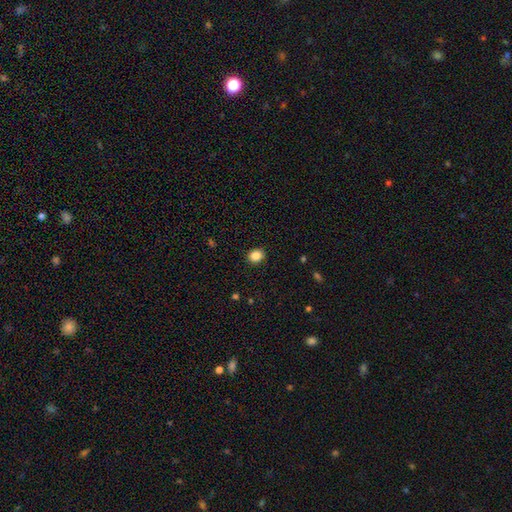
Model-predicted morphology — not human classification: Q: Smooth or featured?
A: smooth (87%); runner-up: star or artifact (10%)
Q: How rounded?
A: round (61%); runner-up: in between (38%)
Q: Merging?
A: none (91%); runner-up: minor disturbance (6%)